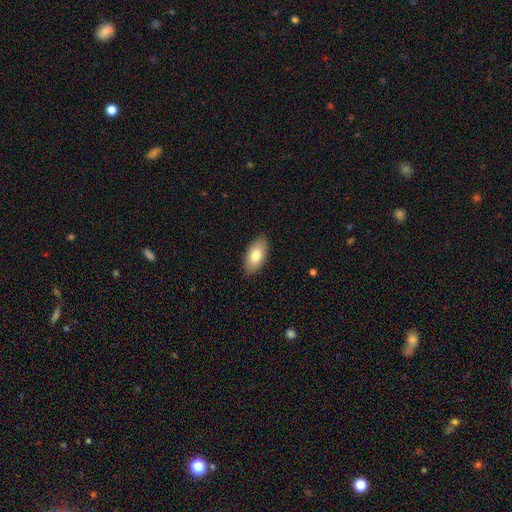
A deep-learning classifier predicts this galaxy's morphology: This appears to be a smooth galaxy with no disk features (79%) that is in between round and cigar-shaped (94%). Merging: none (89%).